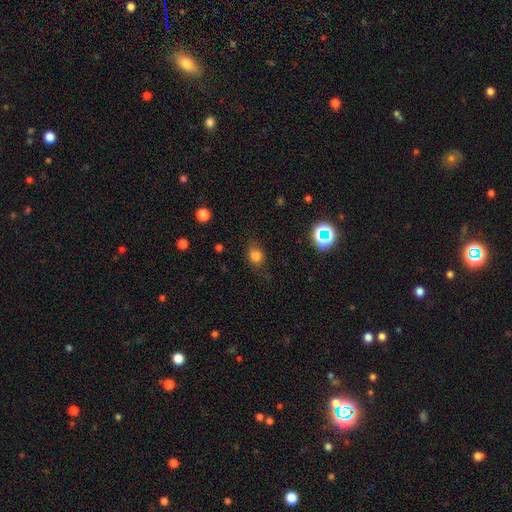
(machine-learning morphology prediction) Smooth or featured: smooth — 78% (star or artifact — 14%)
How rounded: round — 52% (in between — 47%)
Merging: none — 75% (minor disturbance — 18%)